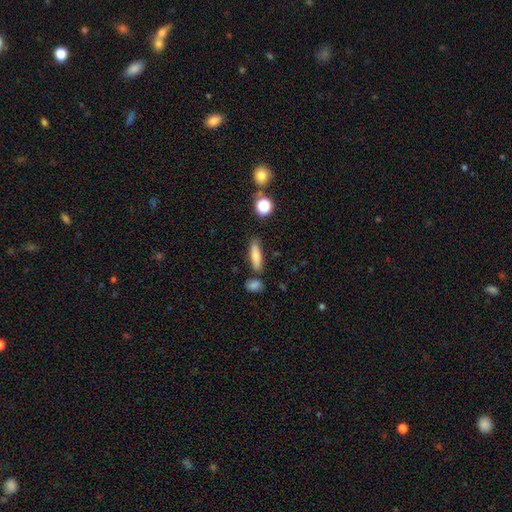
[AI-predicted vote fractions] Smooth or featured?
  - smooth: 72% *
  - featured or disk: 18%
  - star or artifact: 10%
How rounded?
  - cigar-shaped: 63% *
  - in between: 33%
  - round: 4%
Merging?
  - none: 77% *
  - minor disturbance: 13%
  - merger: 7%
  - major disturbance: 3%